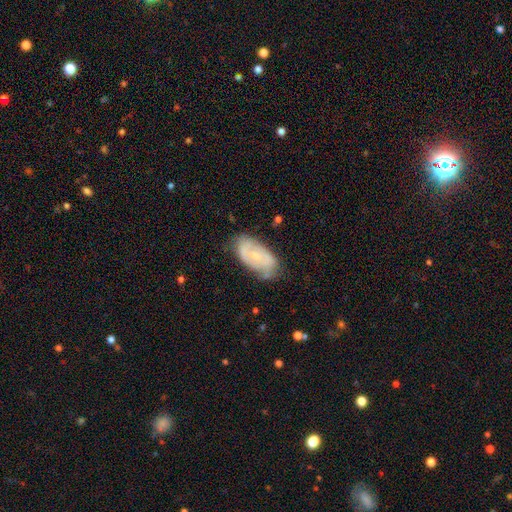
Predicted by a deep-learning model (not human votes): Morphology: type=featured or disk (63%); edge-on=no (94%); bar=no (67%); spiral arms=yes (74%); bulge=small (65%); merging=none (65%).